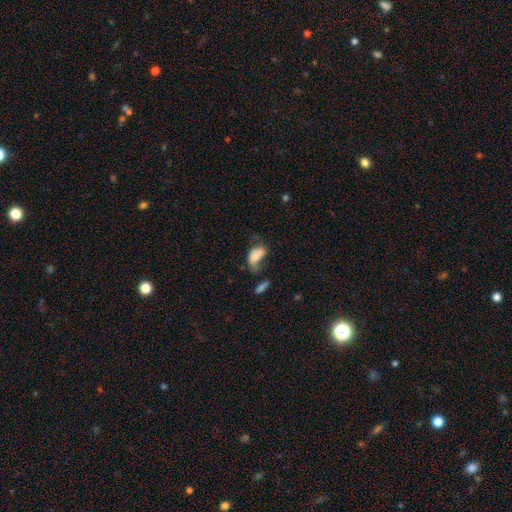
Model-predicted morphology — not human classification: A smooth galaxy with no disk features (68%) that is in between round and cigar-shaped (89%). Merging: major disturbance (32%).